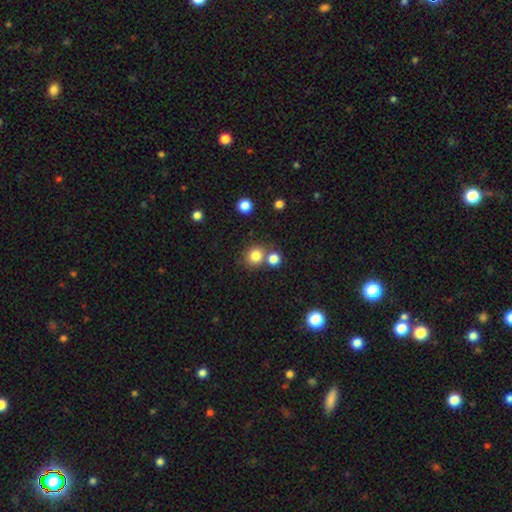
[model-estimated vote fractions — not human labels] Overall: smooth (81%). How rounded: round (85%). Merging: none (66%).